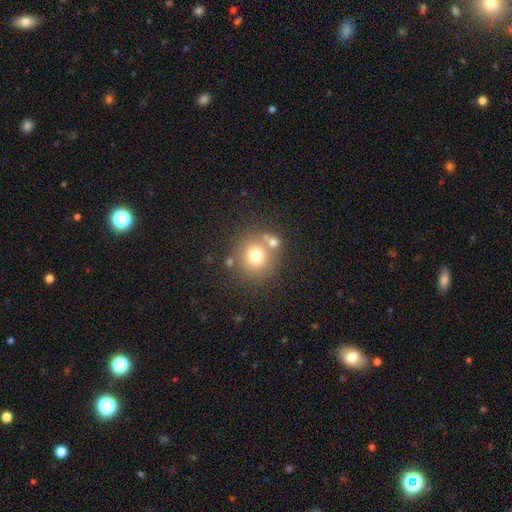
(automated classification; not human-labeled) This appears to be a smooth galaxy with no disk features (73%) that is round (85%). Merging: none (64%).